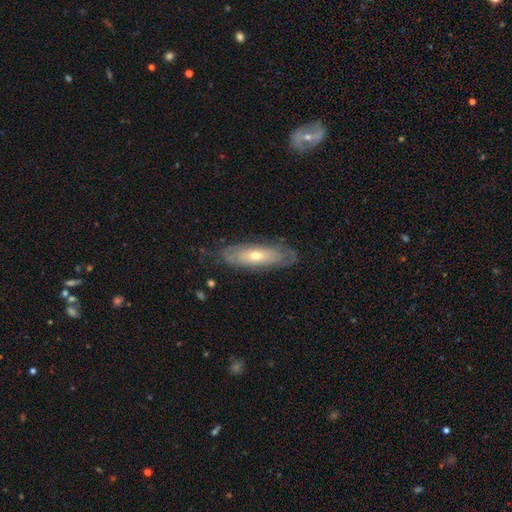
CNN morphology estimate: Smooth or featured? featured or disk (60%)
Edge-on disk? no (67%)
Merging? none (75%)